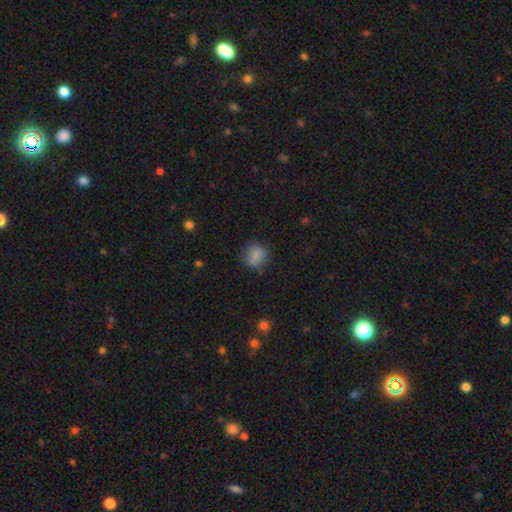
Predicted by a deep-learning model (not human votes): smooth 82%, star or artifact 10%, featured or disk 8%. Down the decision tree: how rounded — round (71%); merging — none (73%).